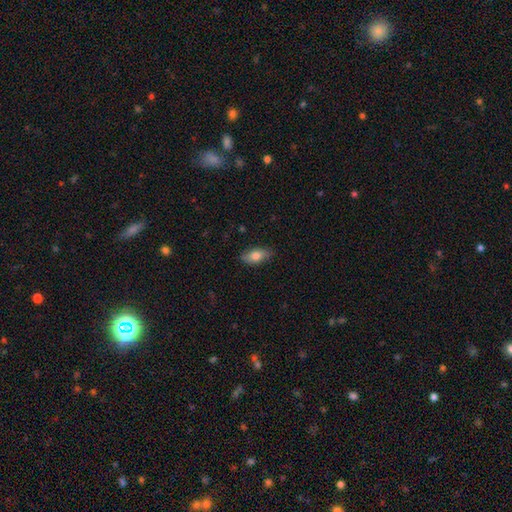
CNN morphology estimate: Smooth or featured?
  - smooth: 78% *
  - featured or disk: 15%
  - star or artifact: 7%
How rounded?
  - in between: 86% *
  - cigar-shaped: 10%
  - round: 4%
Merging?
  - none: 82% *
  - minor disturbance: 14%
  - major disturbance: 3%
  - merger: 1%